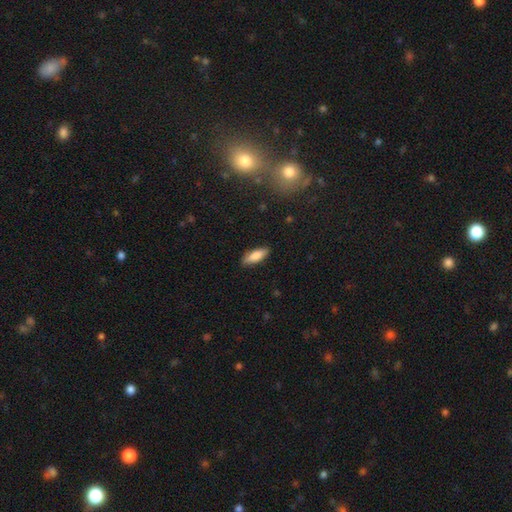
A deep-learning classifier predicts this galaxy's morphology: smooth 82%, featured or disk 12%, star or artifact 6%. Down the decision tree: how rounded — in between (63%); merging — none (85%).